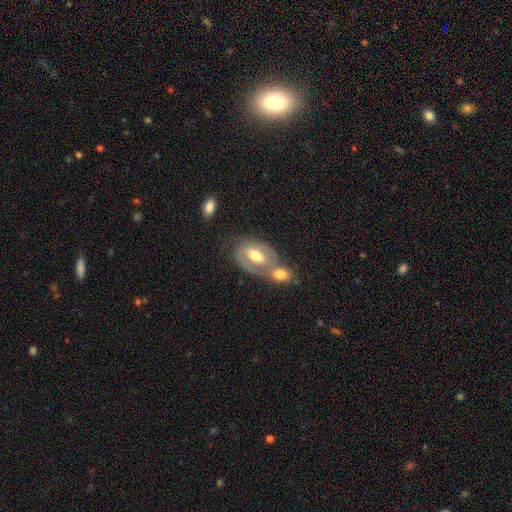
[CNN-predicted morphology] Overall: featured or disk (59%; smooth 35%). Edge-on disk: no (93%). Bar: weak (41%; no 37%). Spiral arms: yes (63%; no 37%). Bulge size: moderate (68%). Merging: merger (49%; none 32%).